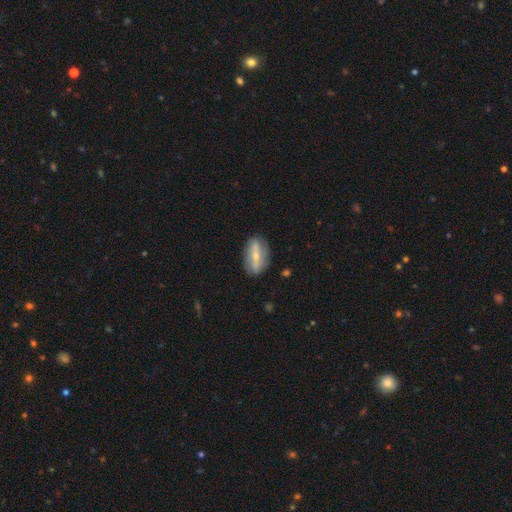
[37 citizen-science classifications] smooth_or_featured: featured or disk (p=0.76) [alt: smooth p=0.22]
disk_edge_on: no (p=0.79) [alt: yes p=0.21]
bar: strong (p=0.68) [alt: no p=0.23]
has_spiral_arms: no (p=0.82) [alt: yes p=0.18]
bulge_size: small (p=0.55) [alt: moderate p=0.36]
merging: none (p=0.83) [alt: minor disturbance p=0.14]